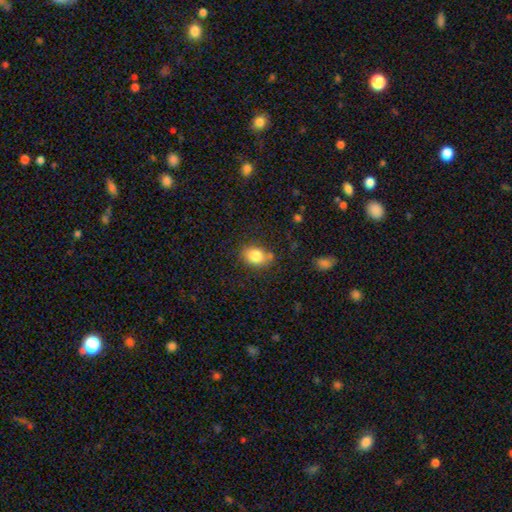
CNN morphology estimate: Q: Smooth or featured?
A: smooth (82%); runner-up: featured or disk (9%)
Q: How rounded?
A: in between (71%); runner-up: round (28%)
Q: Merging?
A: none (74%); runner-up: minor disturbance (18%)